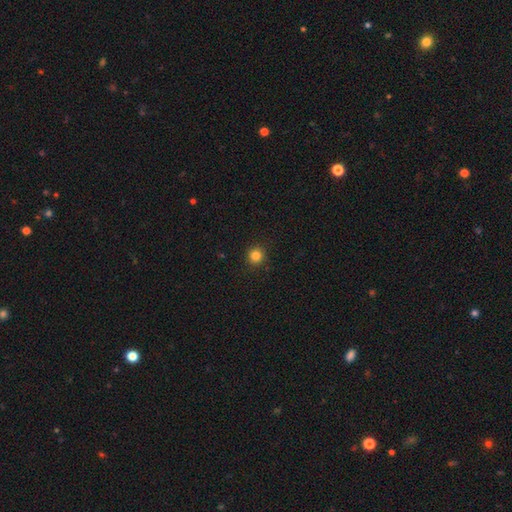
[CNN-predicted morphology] The model was most divided on "smooth or featured": smooth: 83%, star or artifact: 13%, featured or disk: 4%. More confident: how rounded — round (93%); merging — none (92%).